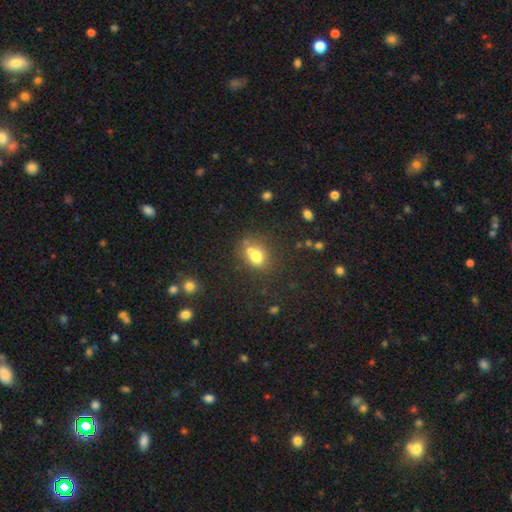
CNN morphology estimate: smooth 72%, featured or disk 15%, star or artifact 13%. Down the decision tree: how rounded — in between (60%); merging — none (45%).